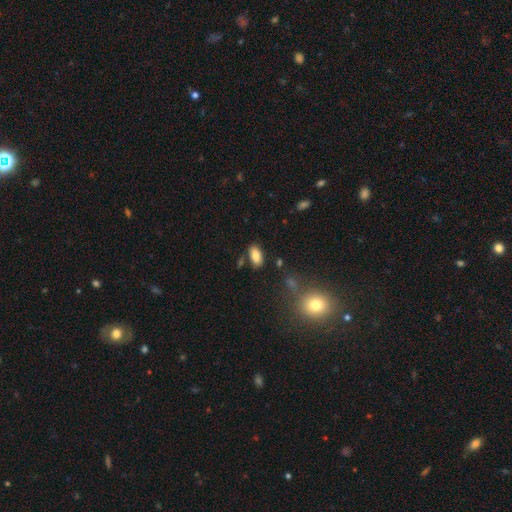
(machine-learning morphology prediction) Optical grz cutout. It shows a smooth galaxy with no disk features (83%) that is in between round and cigar-shaped (91%). Merging: none (80%).